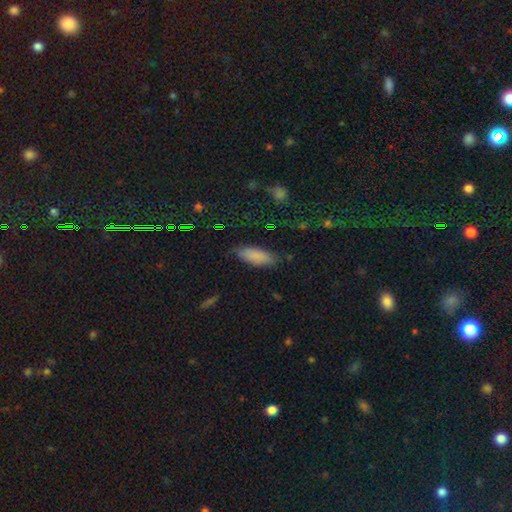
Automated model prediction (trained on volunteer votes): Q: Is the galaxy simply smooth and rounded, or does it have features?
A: smooth — 81%.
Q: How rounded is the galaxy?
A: in between — 76%.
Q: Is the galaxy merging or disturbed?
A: none — 80%.